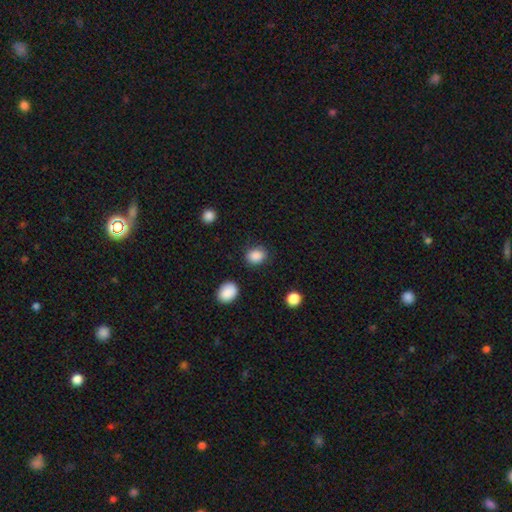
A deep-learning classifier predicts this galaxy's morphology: This appears to be a smooth galaxy with no disk features (88%) that is round (52%). Merging: none (83%).